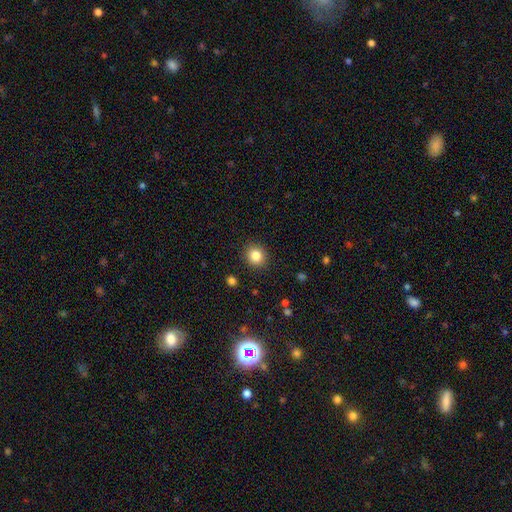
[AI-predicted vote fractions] smooth 84%, star or artifact 10%, featured or disk 6%. Down the decision tree: how rounded — round (83%); merging — none (90%).